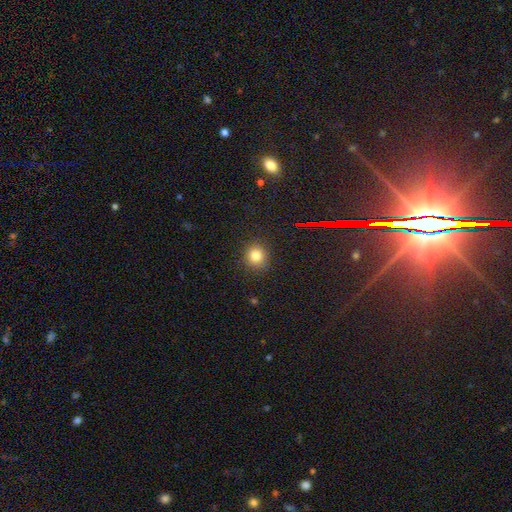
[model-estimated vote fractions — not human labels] Q: Smooth or featured?
A: smooth (79%); runner-up: star or artifact (15%)
Q: How rounded?
A: round (84%); runner-up: in between (15%)
Q: Merging?
A: none (87%); runner-up: minor disturbance (9%)